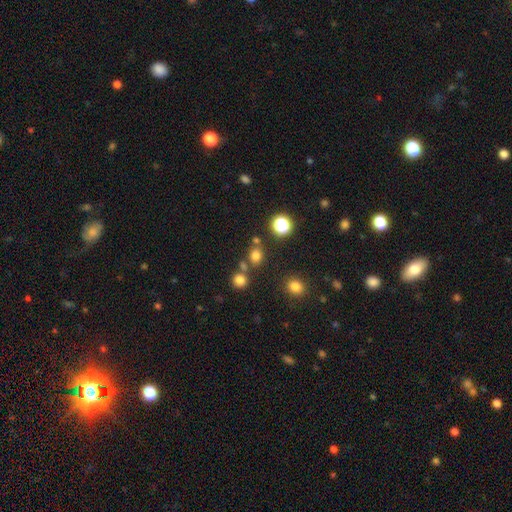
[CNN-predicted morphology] type=smooth (73%); roundness=round (60%); merging=none (68%).